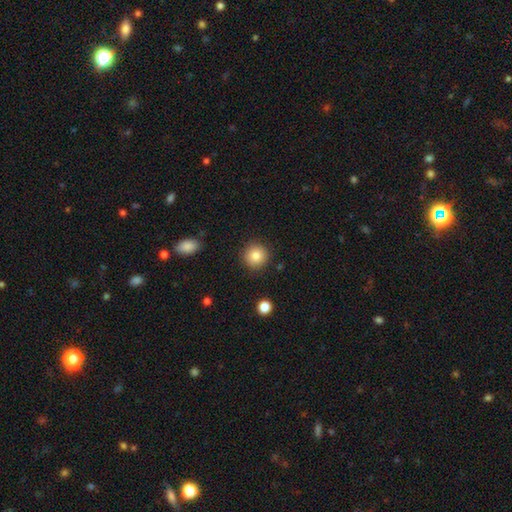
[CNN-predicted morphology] A smooth galaxy with no disk features (84%) that is round (93%).

Vote fractions:
- Smooth or featured? smooth: 84% / star or artifact: 10% / featured or disk: 6%
- How rounded? round: 93% / in between: 6% / cigar-shaped: 1%
- Merging? none: 90% / minor disturbance: 6% / major disturbance: 2% / merger: 1%